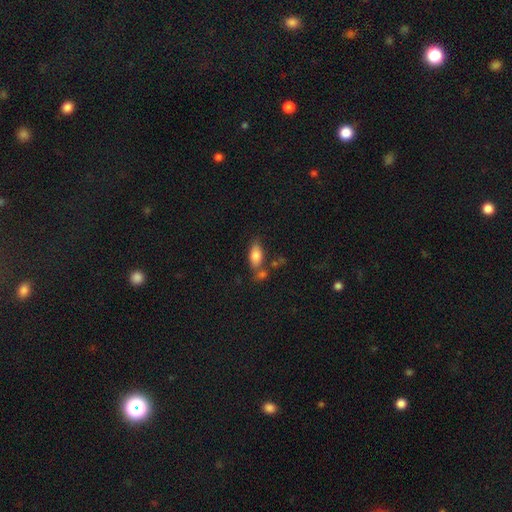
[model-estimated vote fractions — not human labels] Morphology: type=smooth (79%); roundness=in between (87%); merging=none (56%).